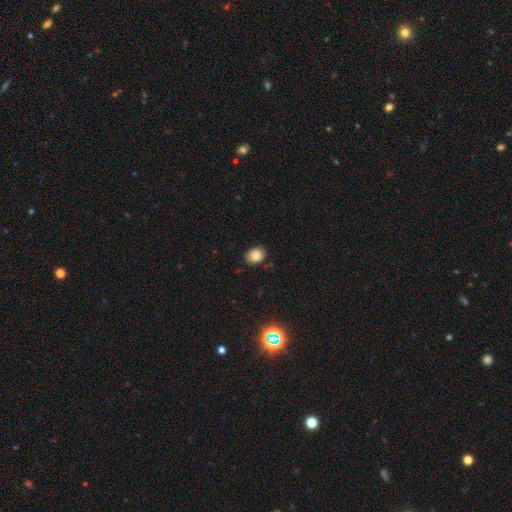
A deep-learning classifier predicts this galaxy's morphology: This is clearly a smooth galaxy (83%). How rounded: possibly in between (56%). Merging: clearly none (81%).